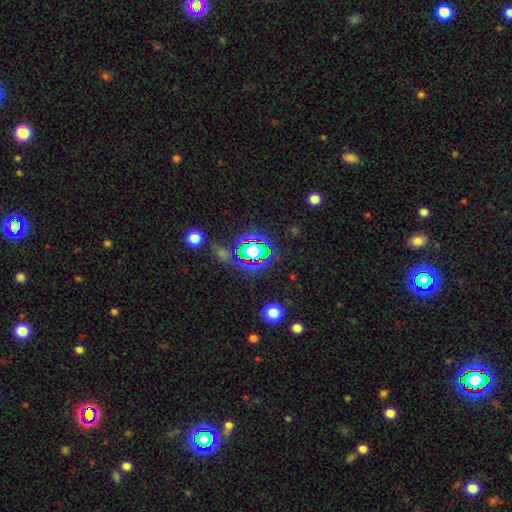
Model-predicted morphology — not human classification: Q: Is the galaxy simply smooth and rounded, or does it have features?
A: star or artifact — 73%.